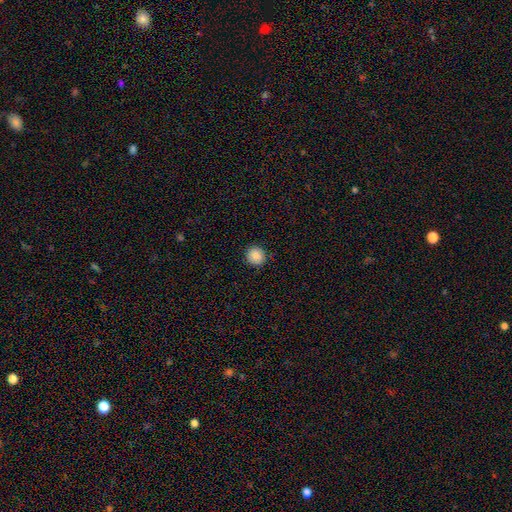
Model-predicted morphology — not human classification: A smooth galaxy with no disk features (88%) that is round (92%).

Vote fractions:
- Smooth or featured? smooth: 88% / star or artifact: 9% / featured or disk: 3%
- How rounded? round: 92% / in between: 7% / cigar-shaped: 1%
- Merging? none: 90% / minor disturbance: 7% / major disturbance: 2% / merger: 1%